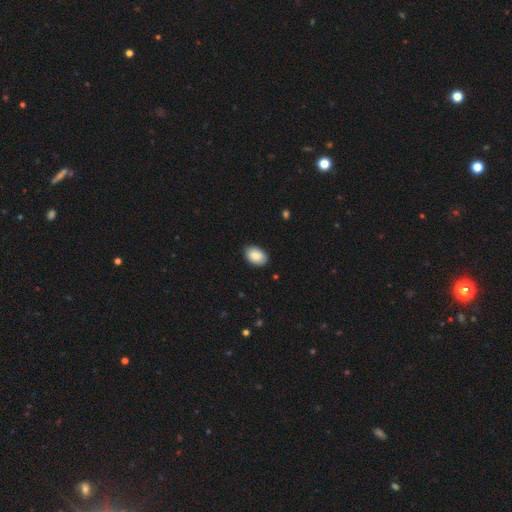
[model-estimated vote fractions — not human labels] Morphology: type=smooth (88%); roundness=in between (89%); merging=none (86%).